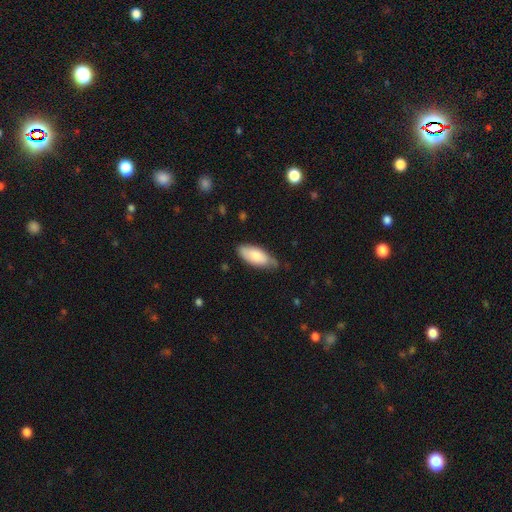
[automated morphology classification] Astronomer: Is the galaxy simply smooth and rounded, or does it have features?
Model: smooth — 74%.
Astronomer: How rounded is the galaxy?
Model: in between — 85%.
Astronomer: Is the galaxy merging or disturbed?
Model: none — 67%.